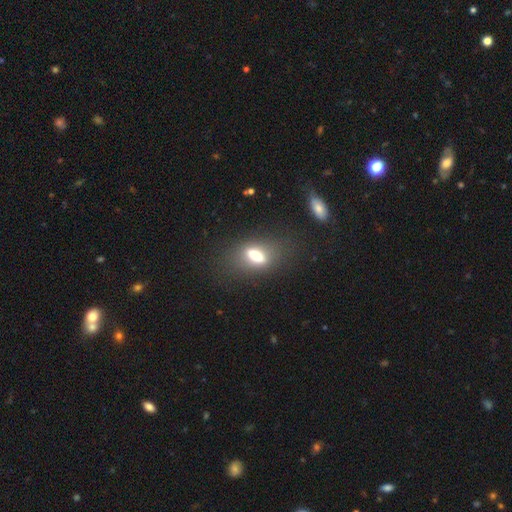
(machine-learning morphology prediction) Smooth or featured: smooth — 59% (featured or disk — 29%)
How rounded: in between — 61% (cigar-shaped — 31%)
Merging: none — 75% (minor disturbance — 13%)